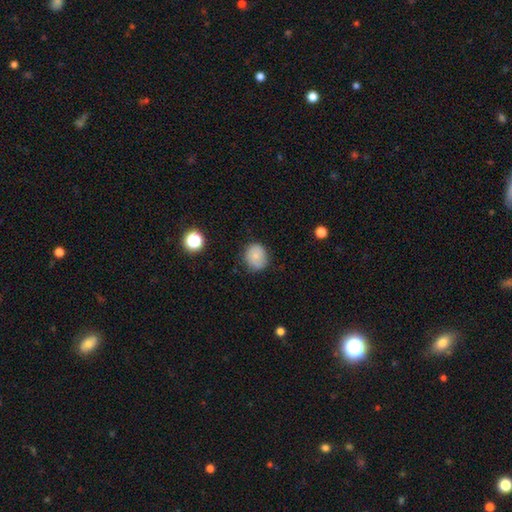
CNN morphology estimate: Smooth or featured: smooth — 79% (featured or disk — 11%)
How rounded: round — 73% (in between — 26%)
Merging: none — 76% (minor disturbance — 19%)